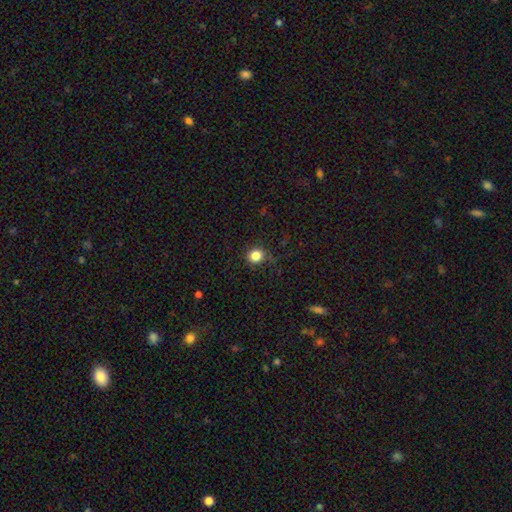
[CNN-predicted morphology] A smooth galaxy with no disk features (84%) that is round (86%). Merging: none (84%).